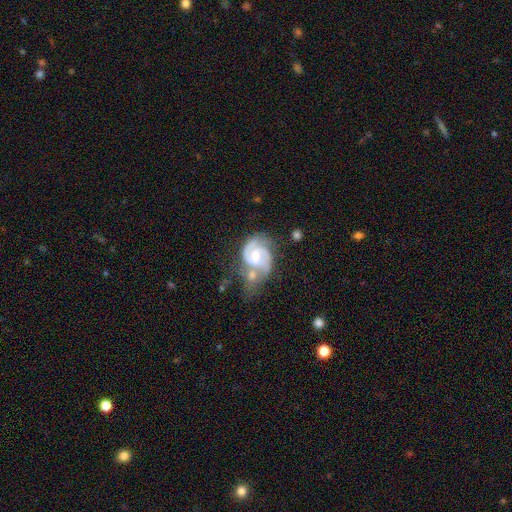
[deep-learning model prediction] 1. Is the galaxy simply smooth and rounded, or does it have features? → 89% featured or disk, 7% smooth, 5% star or artifact.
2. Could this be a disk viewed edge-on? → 98% no, 2% yes.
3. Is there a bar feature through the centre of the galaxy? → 46% weak, 42% no, 12% strong.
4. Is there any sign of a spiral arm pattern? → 97% yes, 3% no.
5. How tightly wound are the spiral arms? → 48% medium, 43% tight, 10% loose.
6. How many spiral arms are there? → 84% 2, 6% 3, 5% can't tell, 3% 1, 1% 4, 1% more than 4.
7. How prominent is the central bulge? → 53% moderate, 41% small, 3% large, 3% none, 1% dominant.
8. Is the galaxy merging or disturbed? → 40% merger, 31% none, 17% minor disturbance, 12% major disturbance.